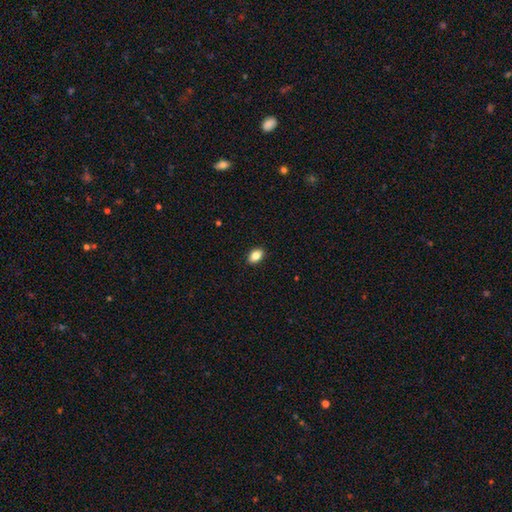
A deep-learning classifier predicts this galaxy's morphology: This is clearly a smooth galaxy (85%). How rounded: clearly in between (85%). Merging: clearly none (89%).